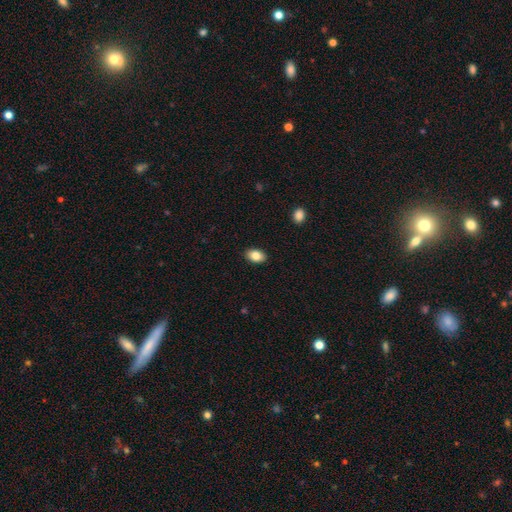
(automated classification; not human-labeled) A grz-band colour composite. It shows a smooth galaxy with no disk features (85%) that is in between round and cigar-shaped (87%). Merging: none (90%).